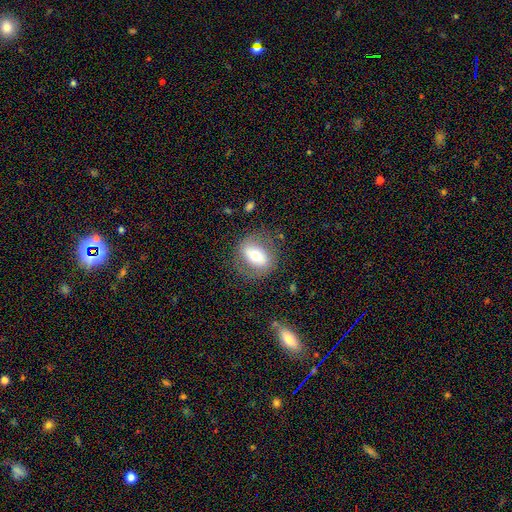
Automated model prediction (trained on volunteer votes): This appears to be a smooth galaxy with no disk features (48%). Merging: none (75%).